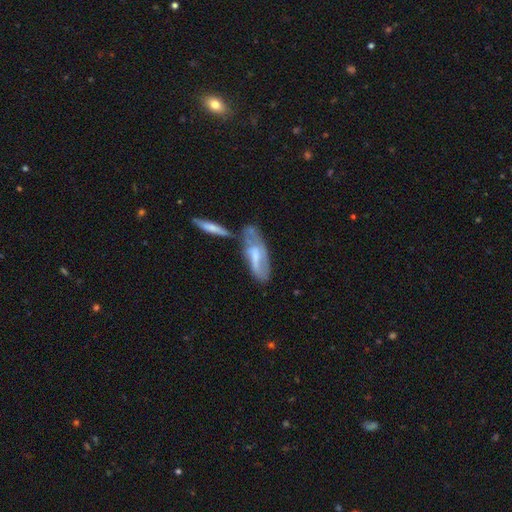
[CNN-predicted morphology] A featured or disk galaxy (50%).

Vote fractions:
- Smooth or featured? featured or disk: 50% / smooth: 43% / star or artifact: 7%
- Merging? none: 34% / merger: 28% / minor disturbance: 23% / major disturbance: 14%